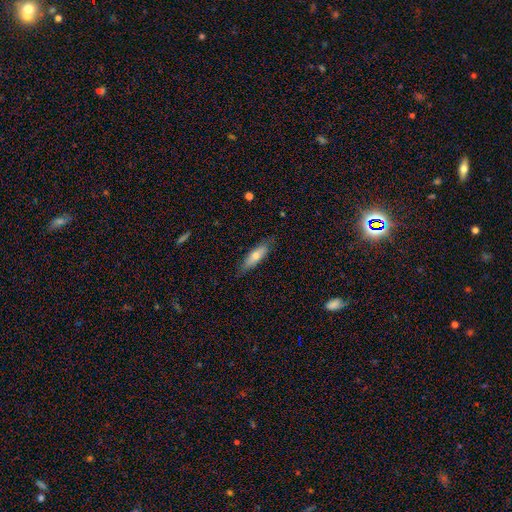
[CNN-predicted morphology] type=smooth (58%); roundness=cigar-shaped (62%); merging=none (83%).